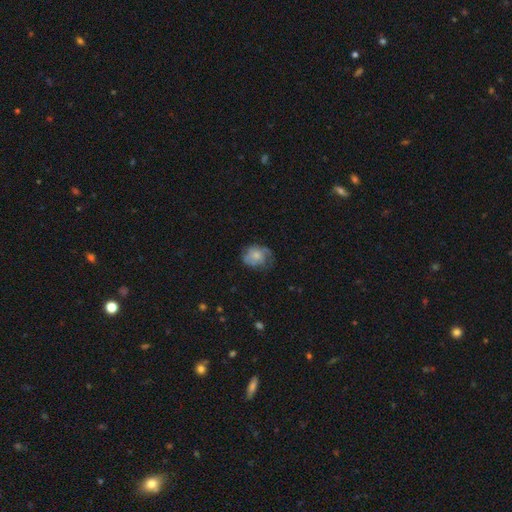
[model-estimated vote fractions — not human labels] smooth 52%, featured or disk 39%, star or artifact 8%. Down the decision tree: how rounded — round (53%); merging — none (49%).